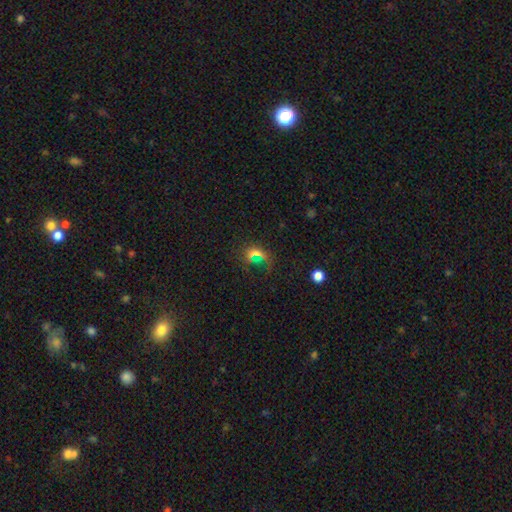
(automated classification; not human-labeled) Smooth or featured? Predicted: smooth (p=0.45). Merging? Predicted: none (p=0.57).